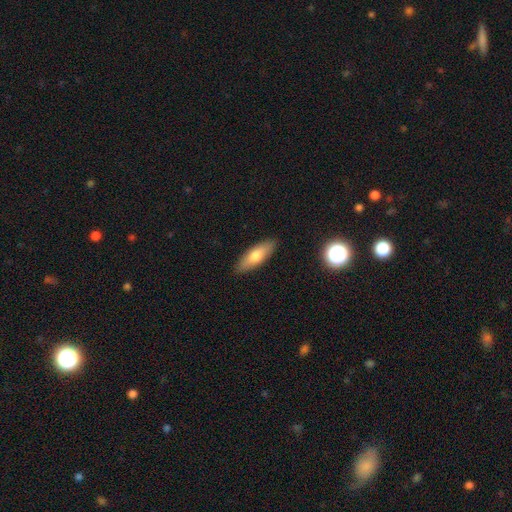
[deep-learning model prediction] Morphology: type=smooth (71%); roundness=in between (59%); merging=none (89%).